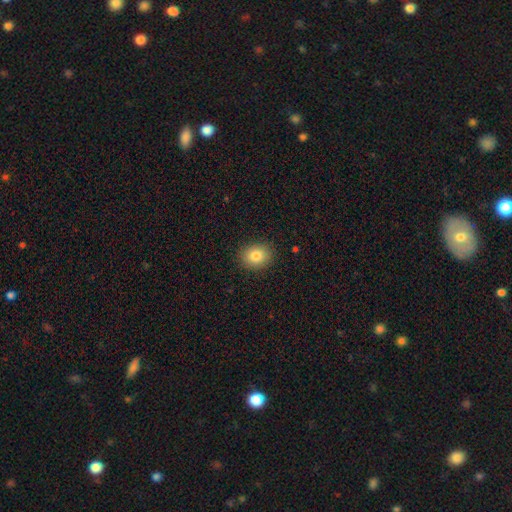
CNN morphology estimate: smooth 82%, star or artifact 10%, featured or disk 8%. Down the decision tree: how rounded — round (58%); merging — none (89%).